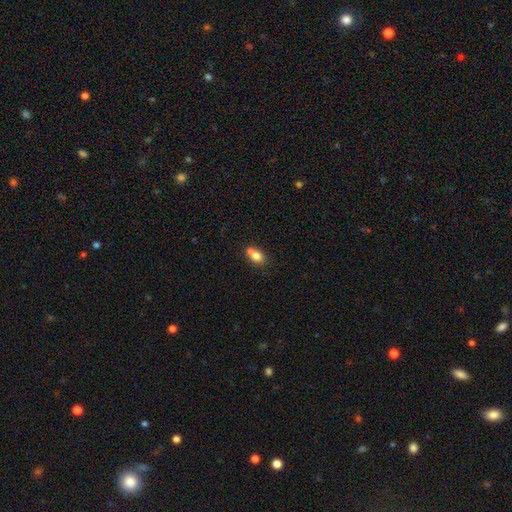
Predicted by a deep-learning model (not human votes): Smooth or featured?
  - smooth: 77% *
  - featured or disk: 14%
  - star or artifact: 10%
How rounded?
  - in between: 60% *
  - round: 39%
  - cigar-shaped: 2%
Merging?
  - merger: 47% *
  - none: 39%
  - minor disturbance: 10%
  - major disturbance: 3%